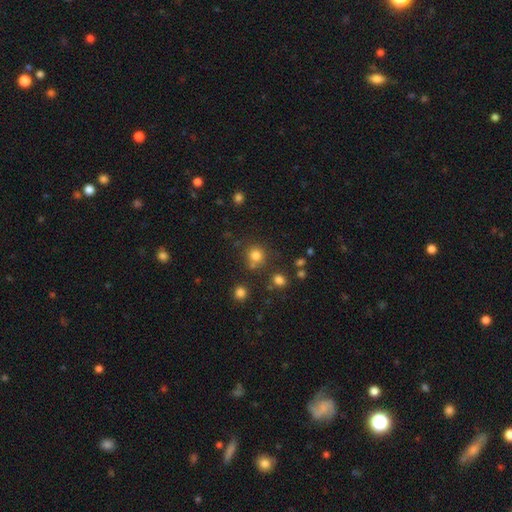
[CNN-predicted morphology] smooth_or_featured: smooth (p=0.78) [alt: star or artifact p=0.16]
how_rounded: round (p=0.89) [alt: in between p=0.10]
merging: none (p=0.70) [alt: merger p=0.16]